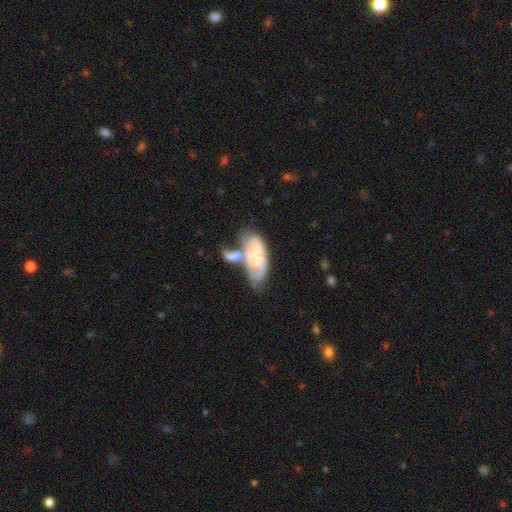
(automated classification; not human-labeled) This is likely a featured or disk galaxy (61%). It is clearly not viewed edge-on (92%). Bar: possibly no (50%). Spiral arm pattern: likely yes (79%). Central bulge: marginally small (39%). Merging: marginally merger (44%).